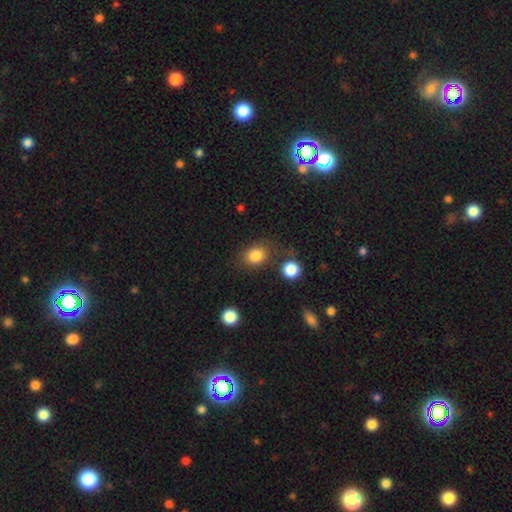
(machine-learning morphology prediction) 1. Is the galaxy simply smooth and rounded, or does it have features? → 84% smooth, 10% star or artifact, 6% featured or disk.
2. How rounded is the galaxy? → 51% round, 48% in between, 1% cigar-shaped.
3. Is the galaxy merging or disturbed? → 70% none, 15% minor disturbance, 9% merger, 6% major disturbance.